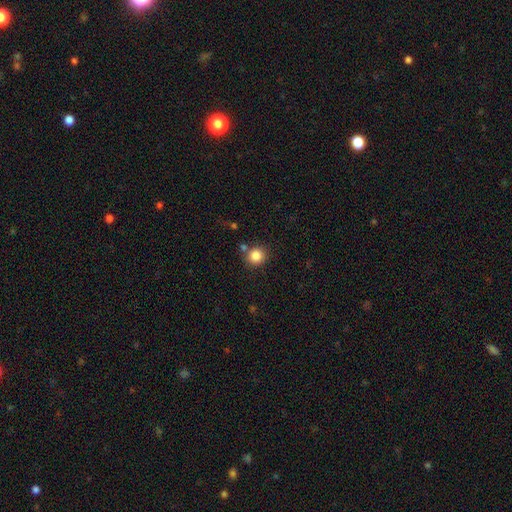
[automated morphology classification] This is clearly a smooth galaxy (85%). How rounded: clearly round (91%). Merging: likely none (77%).